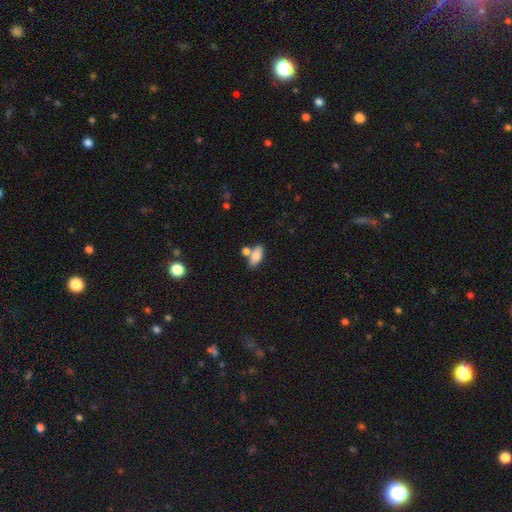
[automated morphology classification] Smooth or featured?
  - smooth: 79% *
  - featured or disk: 14%
  - star or artifact: 7%
How rounded?
  - in between: 83% *
  - cigar-shaped: 13%
  - round: 4%
Merging?
  - none: 52% *
  - merger: 30%
  - minor disturbance: 14%
  - major disturbance: 5%